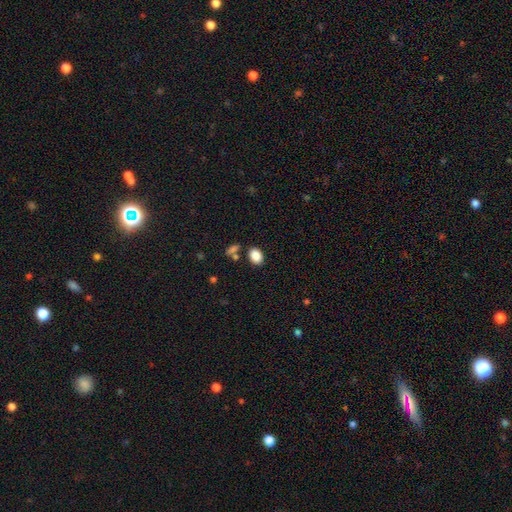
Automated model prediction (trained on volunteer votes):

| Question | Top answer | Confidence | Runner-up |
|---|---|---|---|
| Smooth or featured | smooth | 87% | star or artifact (8%) |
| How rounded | in between | 77% | round (21%) |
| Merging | none | 76% | minor disturbance (11%) |